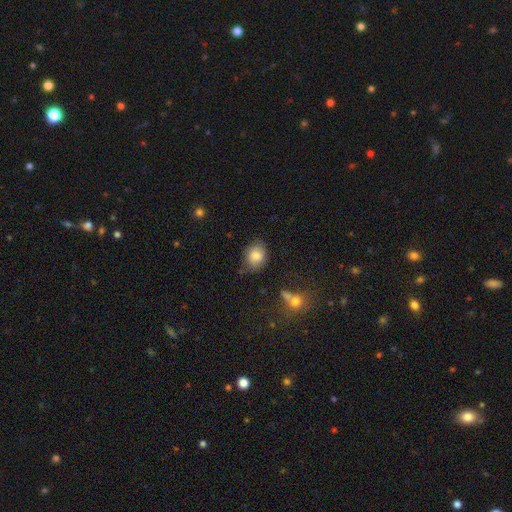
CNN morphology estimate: Smooth or featured? smooth (83%)
How rounded? round (52%)
Merging? none (70%)